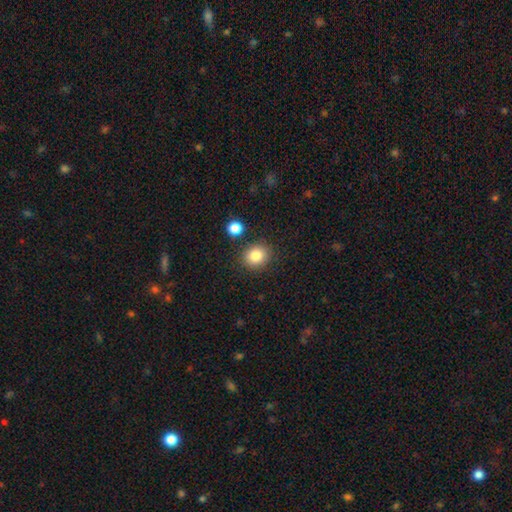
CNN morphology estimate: smooth 84%, star or artifact 10%, featured or disk 6%. Down the decision tree: how rounded — round (70%); merging — none (85%).